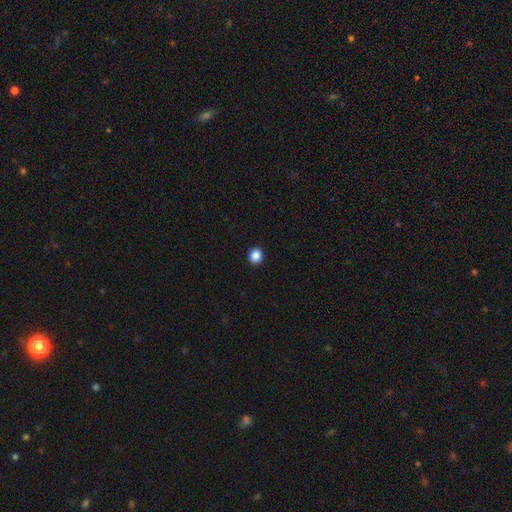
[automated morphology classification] This is clearly a smooth galaxy (87%). How rounded: clearly round (90%). Merging: clearly none (94%).